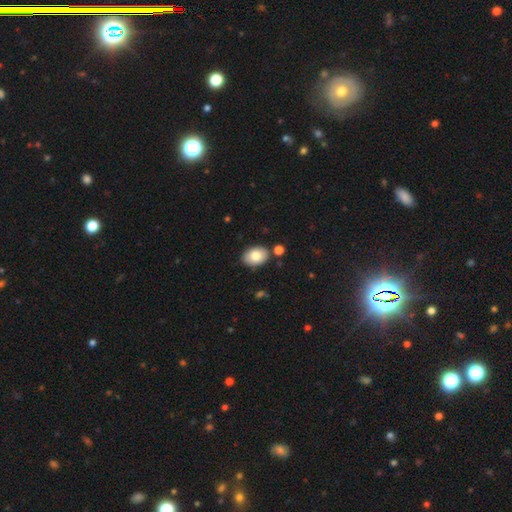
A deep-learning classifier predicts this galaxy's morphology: Smooth or featured?
  - smooth: 79% *
  - featured or disk: 14%
  - star or artifact: 7%
How rounded?
  - in between: 81% *
  - round: 18%
  - cigar-shaped: 1%
Merging?
  - none: 81% *
  - minor disturbance: 11%
  - merger: 5%
  - major disturbance: 2%